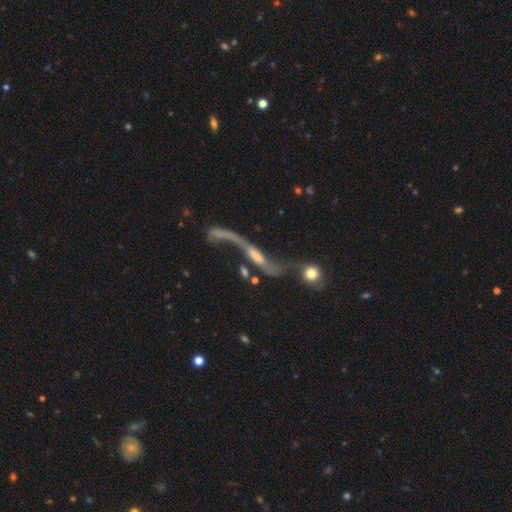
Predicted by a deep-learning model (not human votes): Overall: featured or disk (73%). Edge-on disk: no (74%). Bar: no (43%; weak 34%). Spiral arms: yes (75%). Bulge size: moderate (34%; small 32%). Merging: merger (31%, tied with major disturbance).